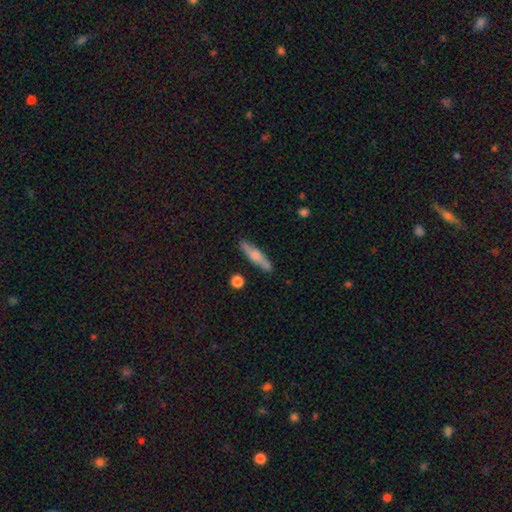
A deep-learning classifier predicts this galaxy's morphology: smooth-or-featured: smooth: 56% | featured or disk: 38% | star or artifact: 7%
  how-rounded: cigar-shaped: 84% | in between: 14% | round: 2%
  merging: none: 83% | minor disturbance: 11% | merger: 3% | major disturbance: 2%